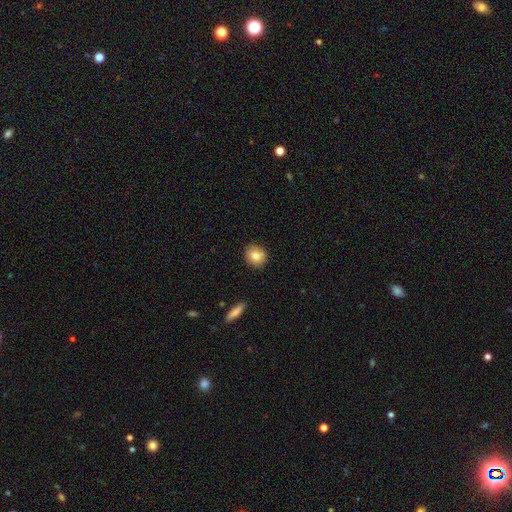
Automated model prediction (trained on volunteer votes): This appears to be a smooth galaxy with no disk features (80%) that is round (83%). Merging: none (88%).